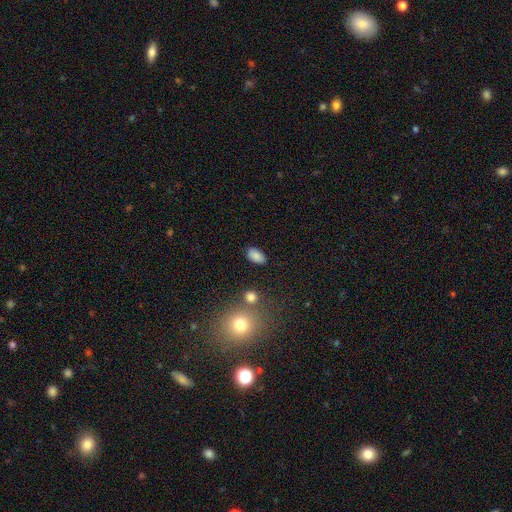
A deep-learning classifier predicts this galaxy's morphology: Overall: smooth (84%). How rounded: in between (92%). Merging: none (84%).